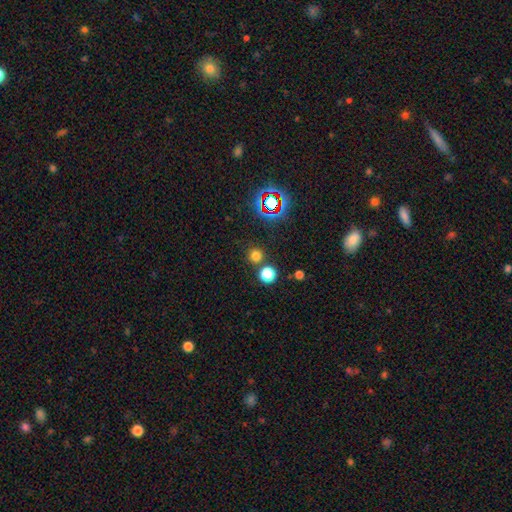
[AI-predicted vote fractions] This appears to be a smooth galaxy with no disk features (70%) that is round (94%). Merging: none (80%).